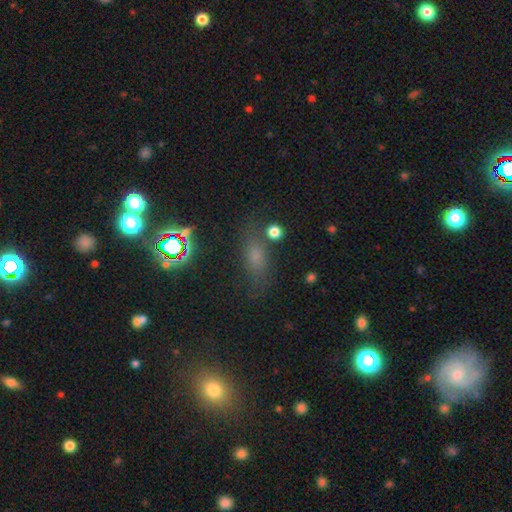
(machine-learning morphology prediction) The model was most divided on "smooth or featured": smooth: 57%, star or artifact: 27%, featured or disk: 16%. More confident: merging — none (69%); how rounded — in between (64%).